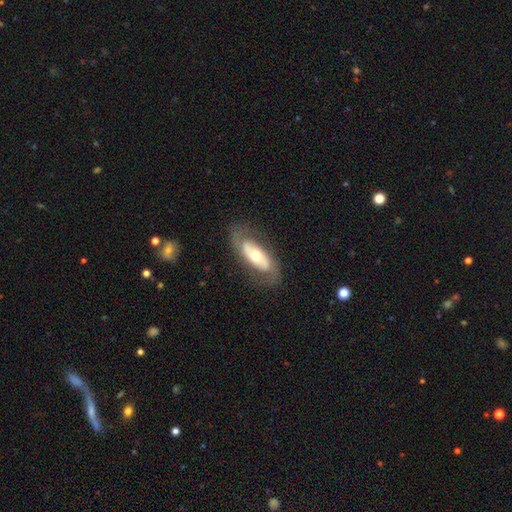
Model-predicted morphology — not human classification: smooth_or_featured: featured or disk (p=0.66) [alt: smooth p=0.29]
disk_edge_on: no (p=0.87) [alt: yes p=0.13]
bar: no (p=0.70) [alt: weak p=0.17]
has_spiral_arms: yes (p=0.60) [alt: no p=0.40]
bulge_size: moderate (p=0.67) [alt: small p=0.22]
merging: none (p=0.74) [alt: minor disturbance p=0.16]